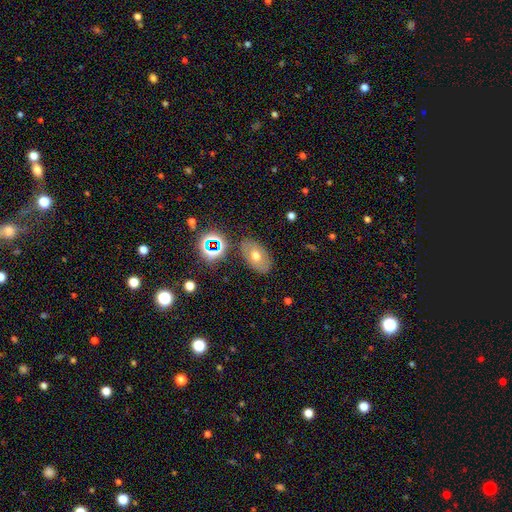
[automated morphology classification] smooth-or-featured: smooth: 56% | featured or disk: 28% | star or artifact: 15%
  how-rounded: in between: 87% | round: 12% | cigar-shaped: 2%
  merging: none: 79% | minor disturbance: 13% | major disturbance: 4% | merger: 4%